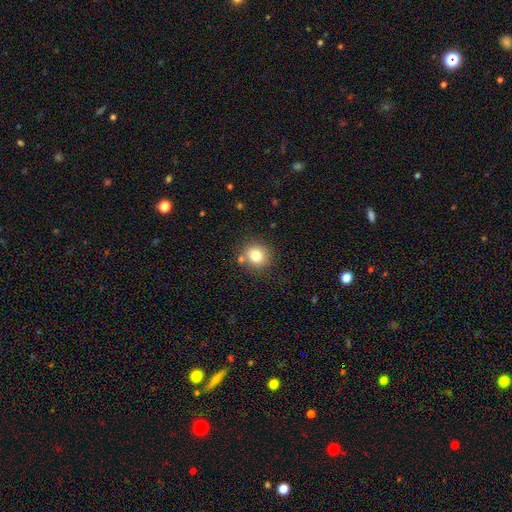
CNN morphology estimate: This appears to be a smooth galaxy with no disk features (79%) that is round (84%). Merging: none (81%).